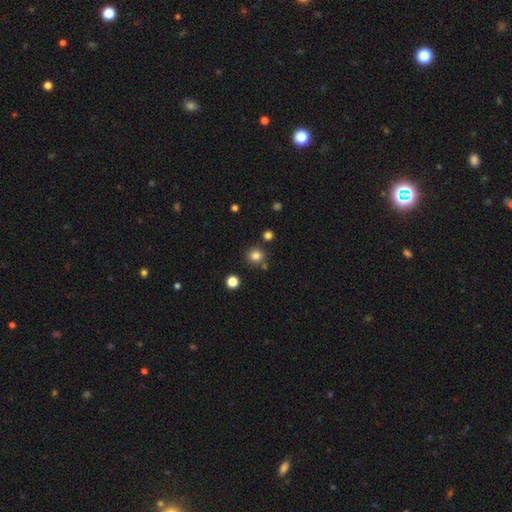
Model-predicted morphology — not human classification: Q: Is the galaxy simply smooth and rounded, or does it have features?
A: smooth — 82%.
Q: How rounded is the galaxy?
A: round — 92%.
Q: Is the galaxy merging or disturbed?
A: none — 82%.